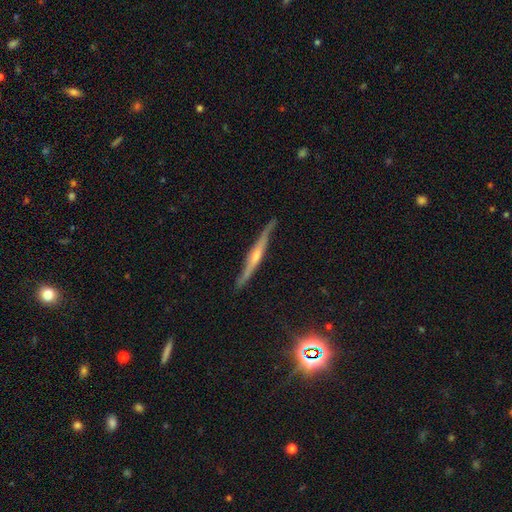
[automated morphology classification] Smooth or featured: featured or disk — 78% (smooth — 14%)
Edge-on disk: yes — 95% (no — 5%)
Edge-on bulge: rounded — 69% (none — 20%)
Merging: none — 82% (minor disturbance — 14%)